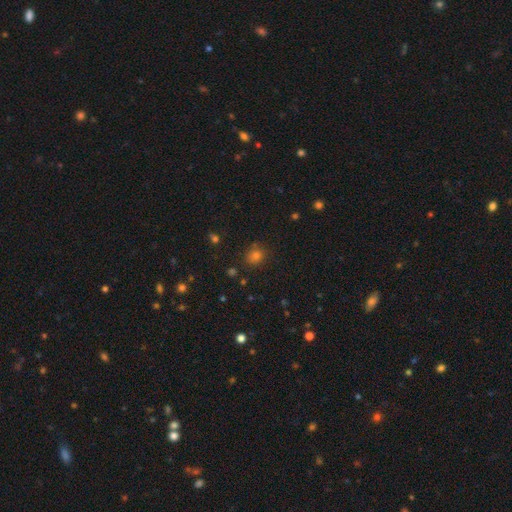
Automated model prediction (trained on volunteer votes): Smooth or featured? Predicted: smooth (p=0.70). How rounded? Predicted: round (p=0.78). Merging? Predicted: none (p=0.84).